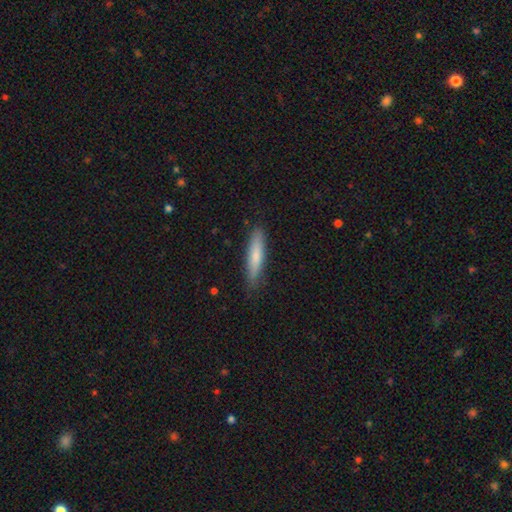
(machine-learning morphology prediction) Smooth or featured?
  - smooth: 75% *
  - featured or disk: 19%
  - star or artifact: 6%
How rounded?
  - cigar-shaped: 83% *
  - in between: 16%
  - round: 1%
Merging?
  - none: 86% *
  - minor disturbance: 11%
  - major disturbance: 2%
  - merger: 1%